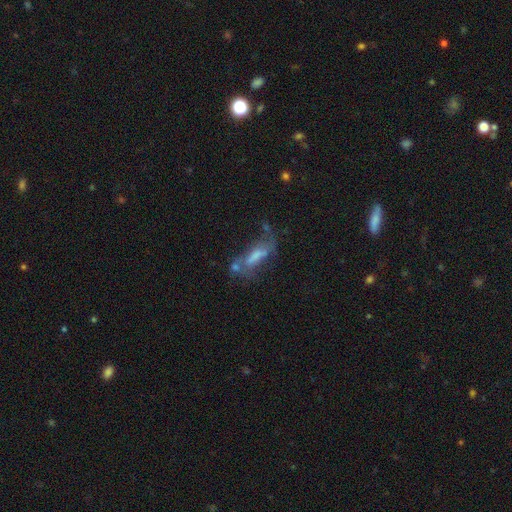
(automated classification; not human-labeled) Q: Smooth or featured?
A: featured or disk (48%); runner-up: smooth (37%)
Q: Merging?
A: none (39%); runner-up: major disturbance (23%)